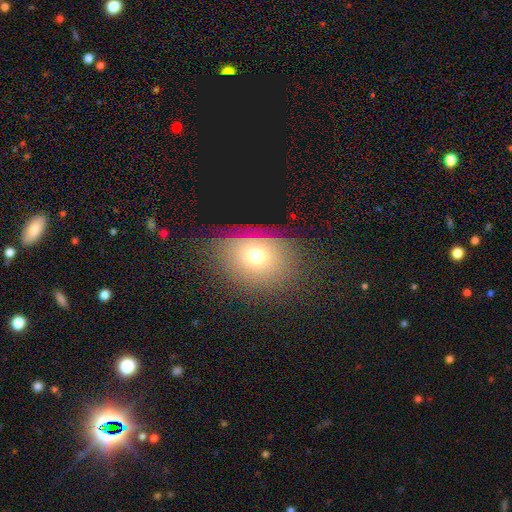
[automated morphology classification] type=smooth (61%); roundness=in between (56%); merging=none (75%).